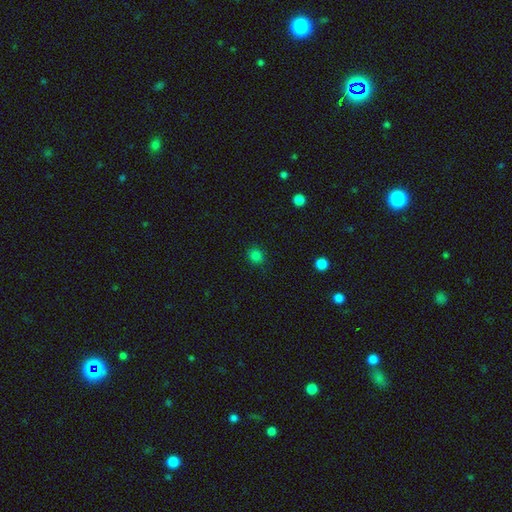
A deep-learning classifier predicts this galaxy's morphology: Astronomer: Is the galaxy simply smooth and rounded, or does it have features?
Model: smooth — 81%.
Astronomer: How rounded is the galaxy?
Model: round — 87%.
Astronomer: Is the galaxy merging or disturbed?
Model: none — 89%.